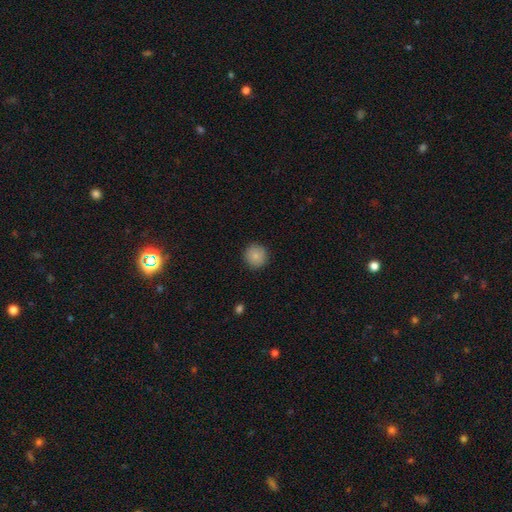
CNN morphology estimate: Q: Smooth or featured?
A: smooth (82%); runner-up: star or artifact (9%)
Q: How rounded?
A: round (95%); runner-up: in between (4%)
Q: Merging?
A: none (91%); runner-up: minor disturbance (6%)